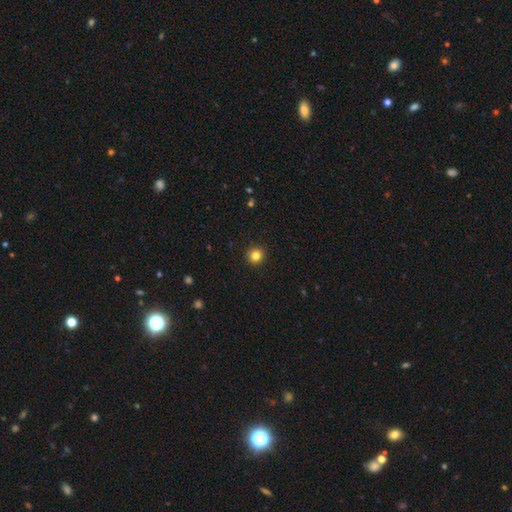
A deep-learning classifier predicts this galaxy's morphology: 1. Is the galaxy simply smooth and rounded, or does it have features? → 83% smooth, 12% star or artifact, 5% featured or disk.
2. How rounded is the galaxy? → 94% round, 5% in between, 1% cigar-shaped.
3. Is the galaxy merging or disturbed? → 93% none, 5% minor disturbance, 1% major disturbance, 1% merger.